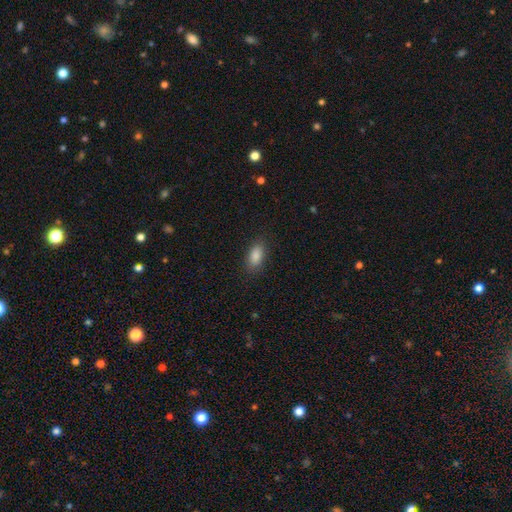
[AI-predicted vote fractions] Morphology: type=smooth (88%); roundness=in between (89%); merging=none (86%).